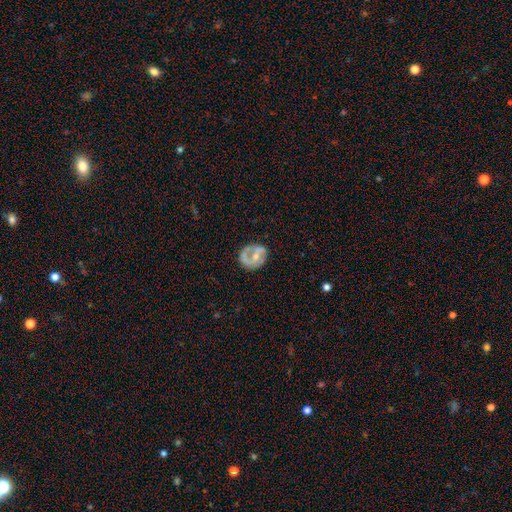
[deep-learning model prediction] The model was most divided on "bulge size": moderate: 48%, small: 43%, none: 6%, large: 3%, dominant: 1%. Remaining: edge-on disk — no (97%); smooth or featured — featured or disk (64%); merging — none (63%); spiral arms — yes (59%); bar — no (43%).